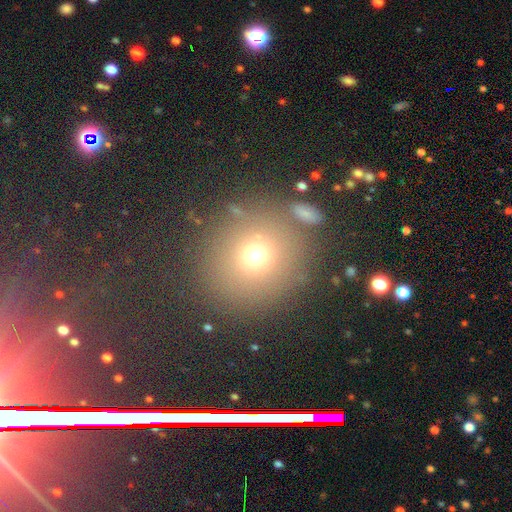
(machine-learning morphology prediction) smooth-or-featured: smooth: 66% | star or artifact: 25% | featured or disk: 9%
  how-rounded: round: 90% | in between: 9% | cigar-shaped: 1%
  merging: none: 80% | minor disturbance: 9% | merger: 7% | major disturbance: 5%